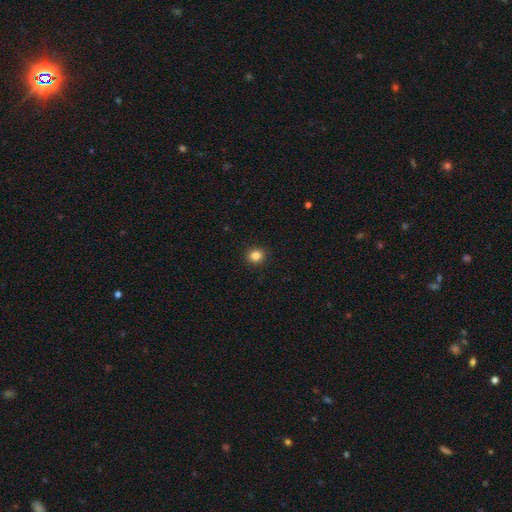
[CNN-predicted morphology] Smooth or featured: smooth — 84% (star or artifact — 11%)
How rounded: round — 80% (in between — 19%)
Merging: none — 92% (minor disturbance — 6%)